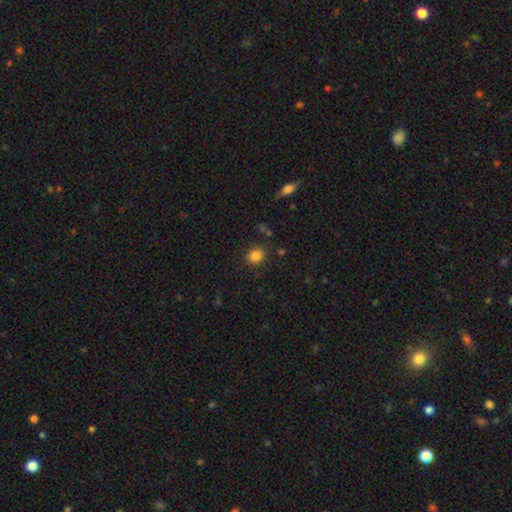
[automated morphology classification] The model was most divided on "how rounded": round: 75%, in between: 24%, cigar-shaped: 1%. More confident: merging — none (85%); smooth or featured — smooth (83%).